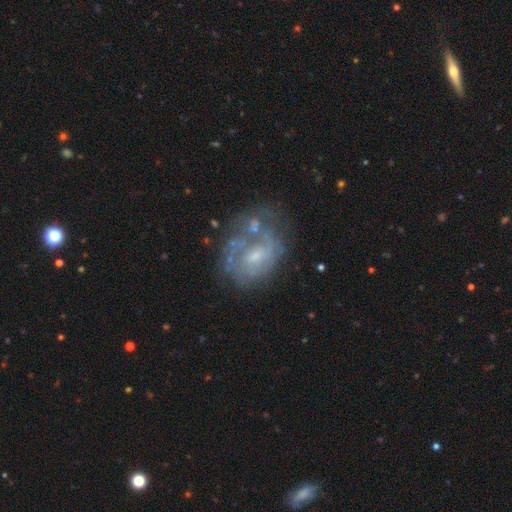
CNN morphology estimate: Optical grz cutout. It shows a featured or disk galaxy (70%) with no bar (58%), spiral arms (53%) and a small central bulge (48%). Merging: none (41%).